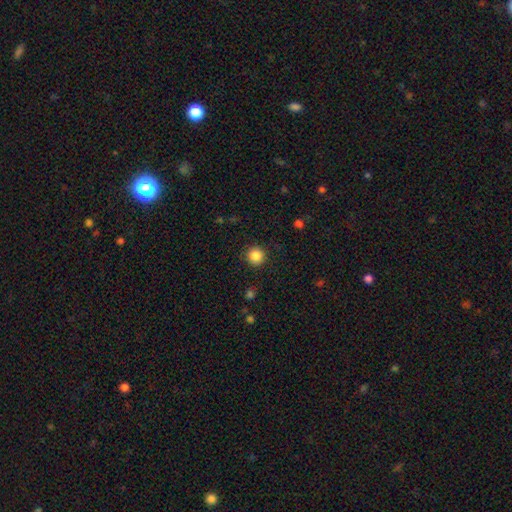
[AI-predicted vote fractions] Smooth or featured? smooth (86%)
How rounded? round (95%)
Merging? none (91%)